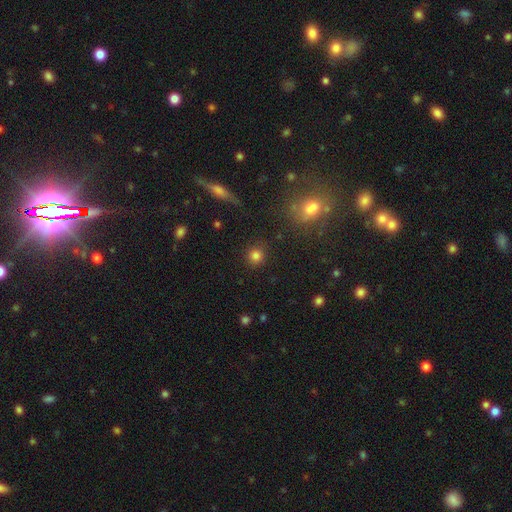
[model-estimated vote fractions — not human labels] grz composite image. It shows a smooth galaxy with no disk features (81%) that is round (92%). Merging: none (89%).